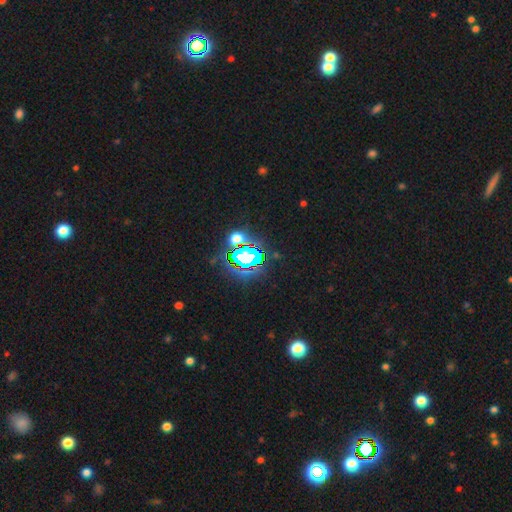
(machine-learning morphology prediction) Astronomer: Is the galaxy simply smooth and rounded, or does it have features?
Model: star or artifact — 82%.